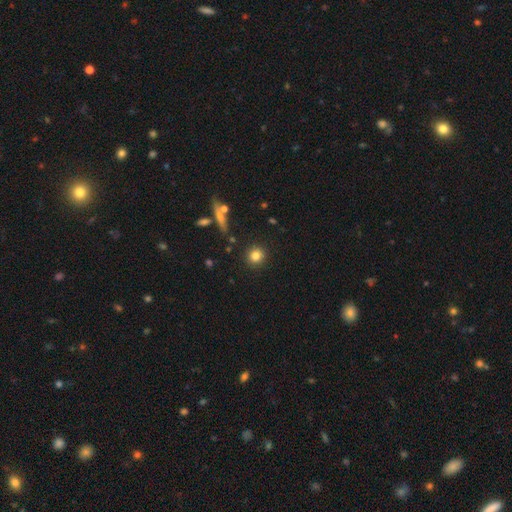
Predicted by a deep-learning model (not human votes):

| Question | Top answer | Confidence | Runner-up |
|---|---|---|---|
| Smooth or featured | smooth | 81% | star or artifact (11%) |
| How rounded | round | 92% | in between (7%) |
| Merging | none | 89% | minor disturbance (6%) |